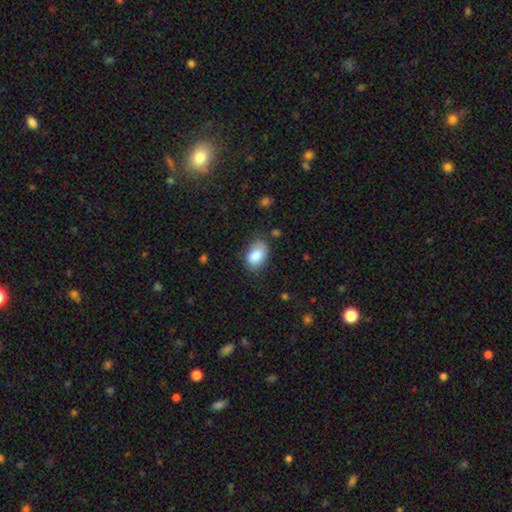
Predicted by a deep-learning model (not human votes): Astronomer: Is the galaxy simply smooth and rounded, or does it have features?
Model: smooth — 85%.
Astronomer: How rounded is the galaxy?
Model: in between — 88%.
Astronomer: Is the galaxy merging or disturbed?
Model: none — 68%.